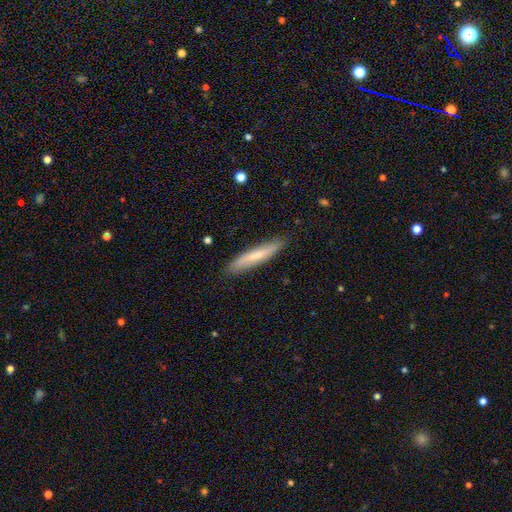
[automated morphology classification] This is likely a smooth galaxy (64%). How rounded: clearly cigar-shaped (90%). Merging: clearly none (86%).